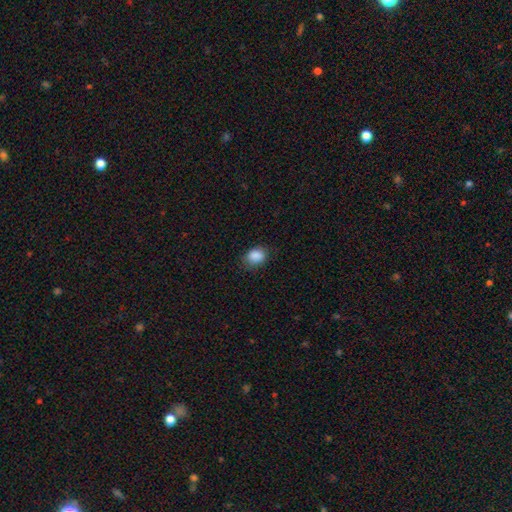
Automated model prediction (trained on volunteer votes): Smooth or featured? smooth (88%)
How rounded? in between (55%)
Merging? none (80%)